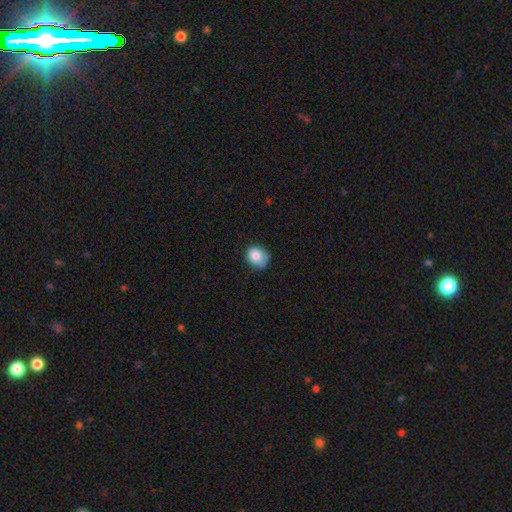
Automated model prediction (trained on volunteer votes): smooth-or-featured: smooth: 81% | featured or disk: 10% | star or artifact: 9%
  how-rounded: round: 63% | in between: 36% | cigar-shaped: 1%
  merging: none: 52% | minor disturbance: 35% | major disturbance: 11% | merger: 2%